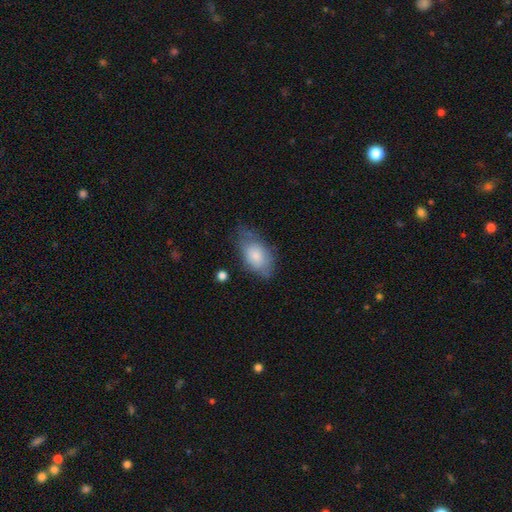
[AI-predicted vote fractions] Smooth or featured?
  - smooth: 77% *
  - featured or disk: 17%
  - star or artifact: 6%
How rounded?
  - in between: 90% *
  - round: 7%
  - cigar-shaped: 3%
Merging?
  - none: 50% *
  - minor disturbance: 34%
  - major disturbance: 13%
  - merger: 3%